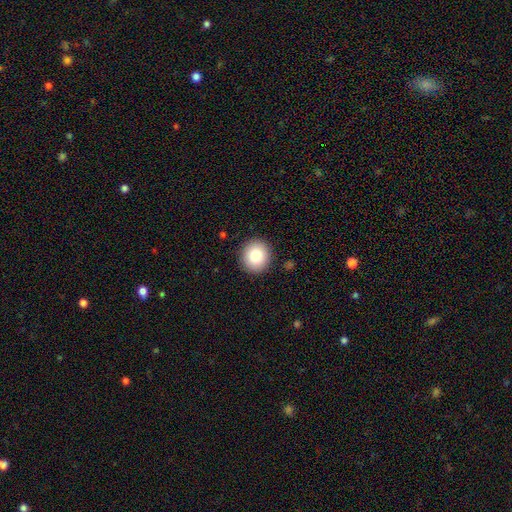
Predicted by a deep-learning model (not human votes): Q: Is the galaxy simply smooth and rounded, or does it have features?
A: smooth — 83%.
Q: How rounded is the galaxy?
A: round — 83%.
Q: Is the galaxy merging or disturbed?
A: none — 90%.